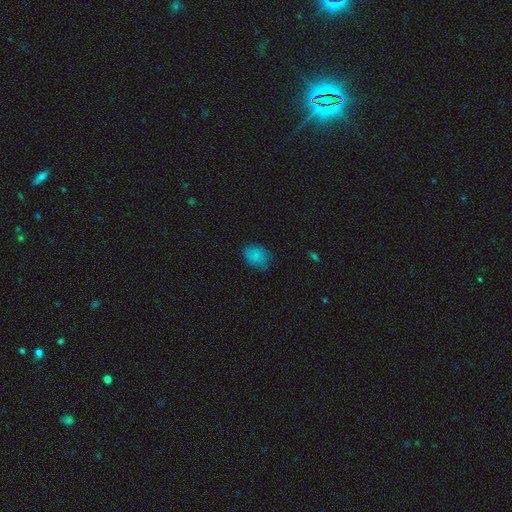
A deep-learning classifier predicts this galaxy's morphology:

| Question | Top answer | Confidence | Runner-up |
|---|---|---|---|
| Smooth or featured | smooth | 82% | star or artifact (10%) |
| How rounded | in between | 63% | round (36%) |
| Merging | none | 65% | minor disturbance (27%) |